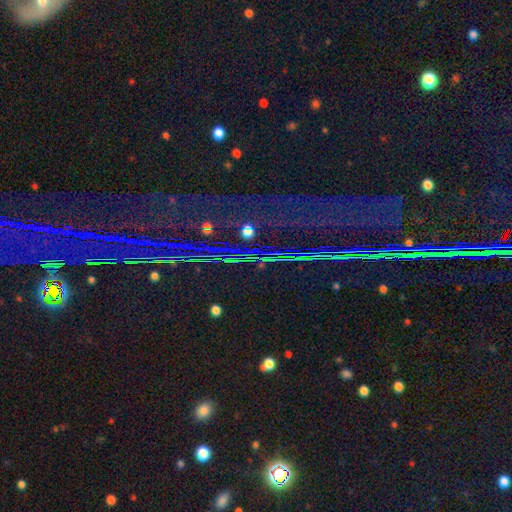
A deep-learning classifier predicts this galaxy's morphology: The model was most divided on "smooth or featured": star or artifact: 81%, smooth: 9%, featured or disk: 9%.